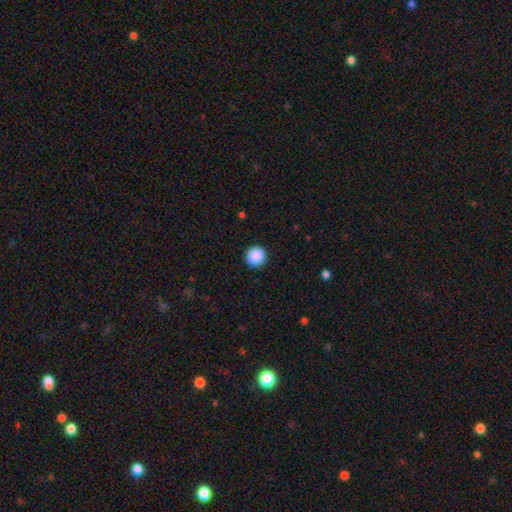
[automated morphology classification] The model was most divided on "smooth or featured": smooth: 89%, star or artifact: 9%, featured or disk: 3%. More confident: how rounded — round (94%); merging — none (91%).